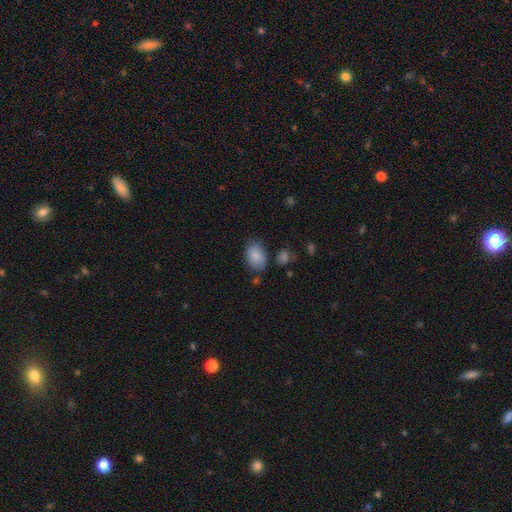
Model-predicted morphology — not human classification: This is clearly a smooth galaxy (87%). How rounded: clearly in between (87%). Merging: likely none (71%).